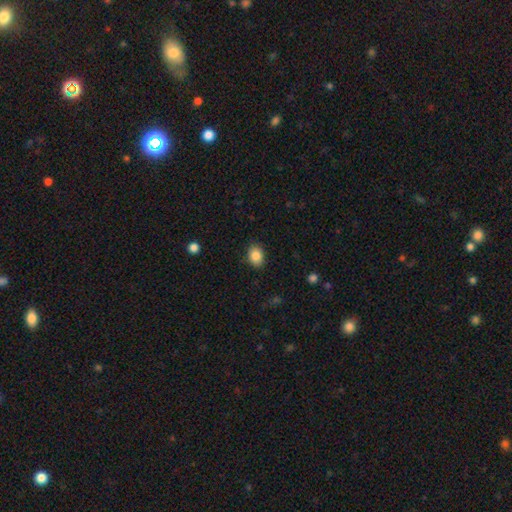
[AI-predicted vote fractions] A smooth galaxy with no disk features (86%) that is in between round and cigar-shaped (62%).

Vote fractions:
- Smooth or featured? smooth: 86% / star or artifact: 9% / featured or disk: 5%
- How rounded? in between: 62% / round: 37% / cigar-shaped: 1%
- Merging? none: 87% / minor disturbance: 10% / major disturbance: 2% / merger: 1%